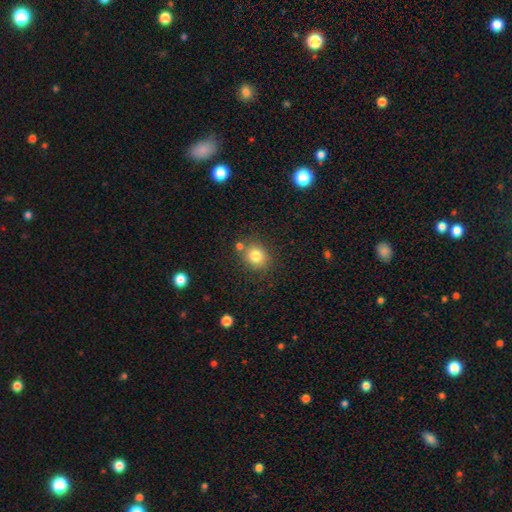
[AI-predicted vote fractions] smooth 80%, star or artifact 12%, featured or disk 8%. Down the decision tree: how rounded — round (75%); merging — none (76%).